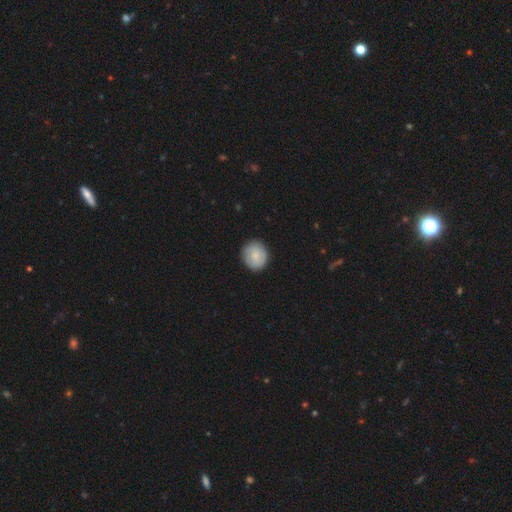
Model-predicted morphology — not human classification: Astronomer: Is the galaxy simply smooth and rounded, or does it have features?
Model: smooth — 79%.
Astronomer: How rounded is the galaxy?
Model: round — 84%.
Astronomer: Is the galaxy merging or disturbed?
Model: none — 86%.